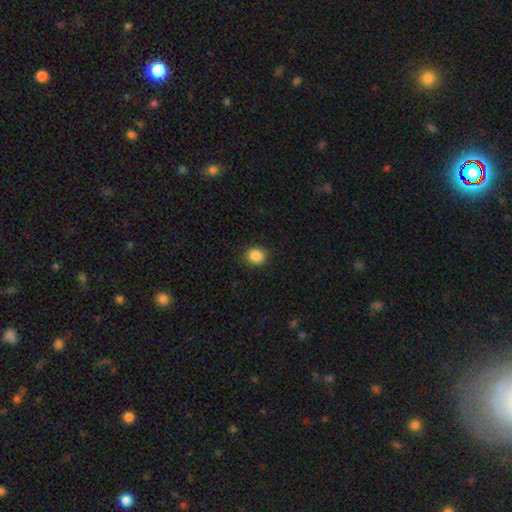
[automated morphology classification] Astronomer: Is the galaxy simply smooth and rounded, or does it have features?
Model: smooth — 87%.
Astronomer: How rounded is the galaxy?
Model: round — 74%.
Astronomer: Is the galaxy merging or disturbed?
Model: none — 89%.